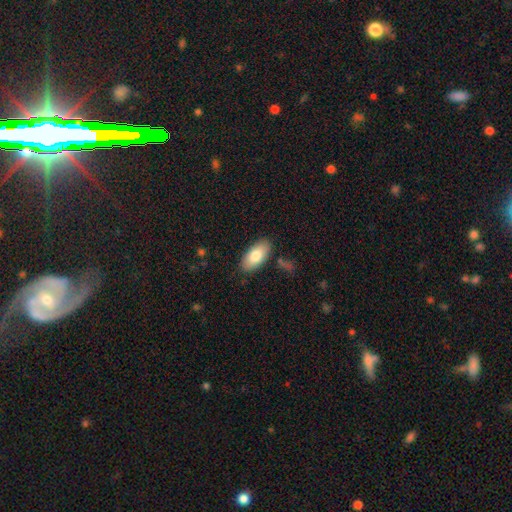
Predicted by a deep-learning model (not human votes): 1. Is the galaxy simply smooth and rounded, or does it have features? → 80% smooth, 14% featured or disk, 6% star or artifact.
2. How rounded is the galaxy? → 92% in between, 6% cigar-shaped, 2% round.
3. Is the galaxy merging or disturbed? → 84% none, 11% minor disturbance, 3% merger, 3% major disturbance.